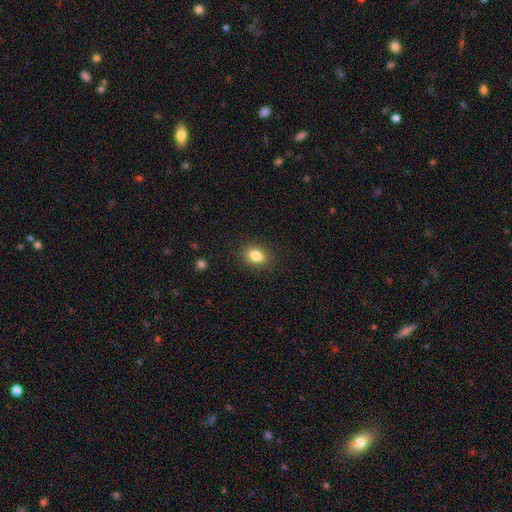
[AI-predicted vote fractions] smooth-or-featured: smooth: 85% | star or artifact: 9% | featured or disk: 6%
  how-rounded: in between: 69% | round: 30% | cigar-shaped: 1%
  merging: none: 88% | minor disturbance: 8% | major disturbance: 3% | merger: 1%